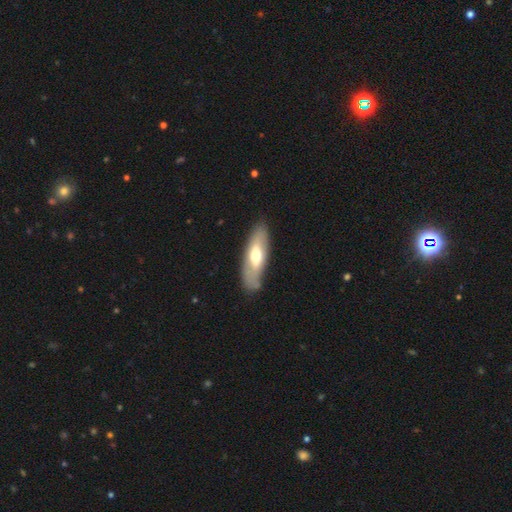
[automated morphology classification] This appears to be a smooth galaxy with no disk features (51%) that is in between round and cigar-shaped (60%). Merging: none (81%).